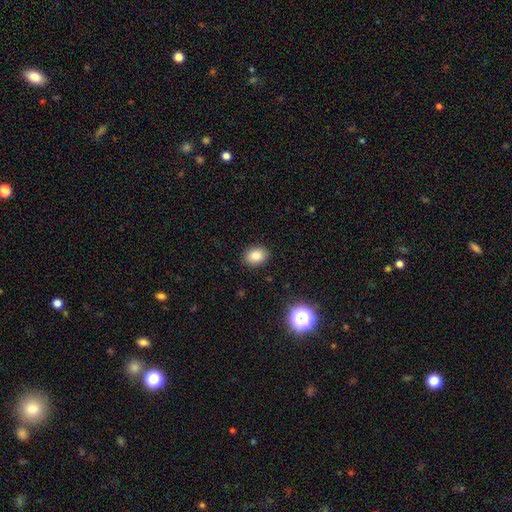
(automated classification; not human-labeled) Overall: smooth (83%). How rounded: in between (65%; round 34%). Merging: none (89%).